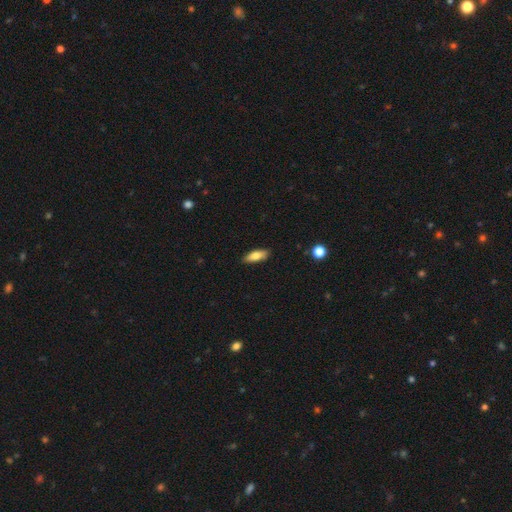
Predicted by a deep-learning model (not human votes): Q: Smooth or featured?
A: smooth (78%); runner-up: featured or disk (16%)
Q: How rounded?
A: in between (66%); runner-up: cigar-shaped (32%)
Q: Merging?
A: none (86%); runner-up: minor disturbance (11%)